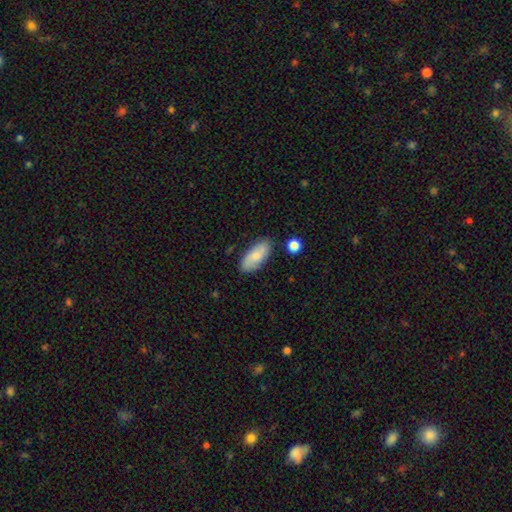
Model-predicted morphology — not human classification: The model was most divided on "smooth or featured": smooth: 75%, featured or disk: 19%, star or artifact: 6%. More confident: how rounded — in between (86%); merging — none (81%).